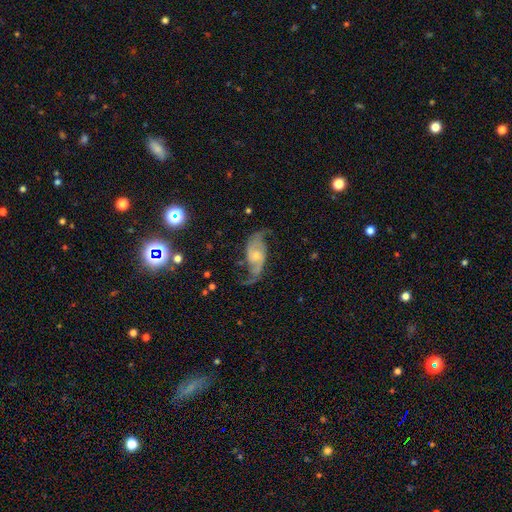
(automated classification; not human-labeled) Smooth or featured: featured or disk — 86% (smooth — 8%)
Edge-on disk: no — 96% (yes — 4%)
Bar: no — 56% (weak — 35%)
Spiral arms: yes — 96% (no — 4%)
Spiral winding: loose — 65% (medium — 28%)
Spiral arm count: 2 — 91% (can't tell — 3%)
Bulge size: small — 58% (moderate — 34%)
Merging: none — 65% (minor disturbance — 18%)